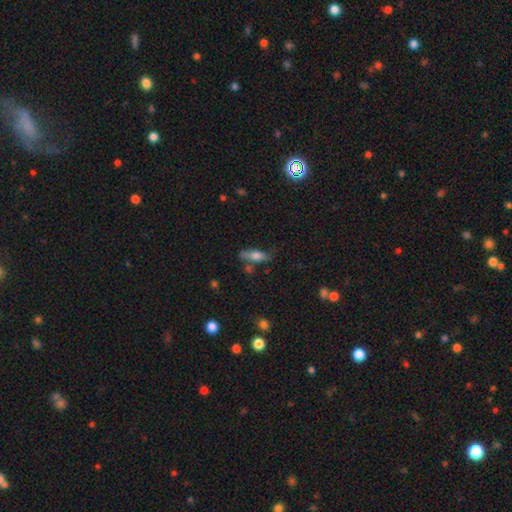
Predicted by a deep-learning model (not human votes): Q: Smooth or featured?
A: smooth (66%); runner-up: featured or disk (27%)
Q: How rounded?
A: in between (52%); runner-up: cigar-shaped (45%)
Q: Merging?
A: none (60%); runner-up: minor disturbance (22%)